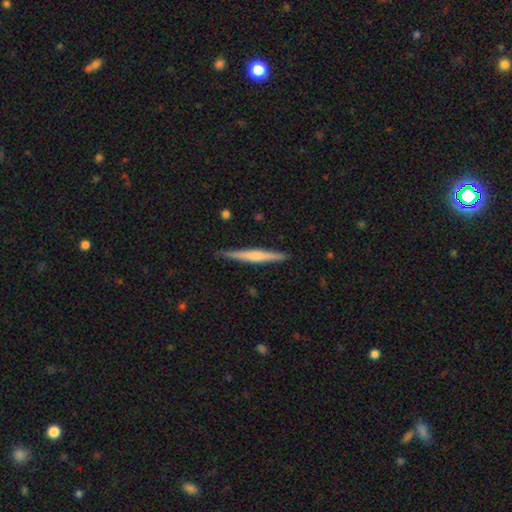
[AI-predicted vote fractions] The model was most divided on "smooth or featured": featured or disk: 58%, smooth: 37%, star or artifact: 5%. More confident: edge-on disk — yes (98%); merging — none (89%); edge-on bulge — rounded (55%).